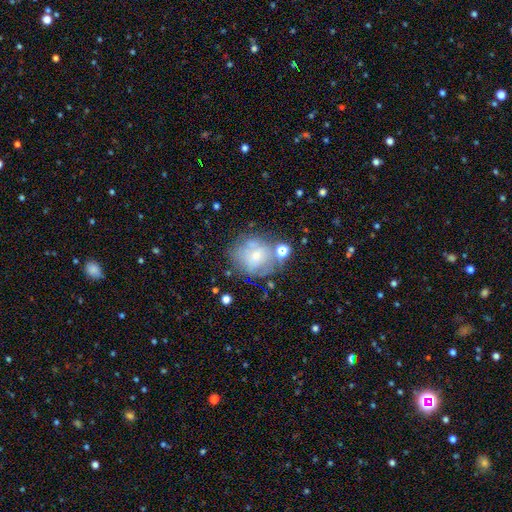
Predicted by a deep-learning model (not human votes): Smooth or featured? Predicted: smooth (p=0.50). Merging? Predicted: none (p=0.52).